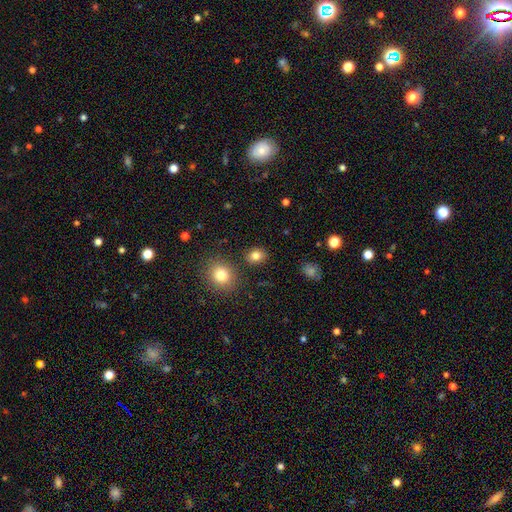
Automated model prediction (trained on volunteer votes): This is clearly a smooth galaxy (82%). How rounded: possibly round (56%). Merging: clearly none (86%).